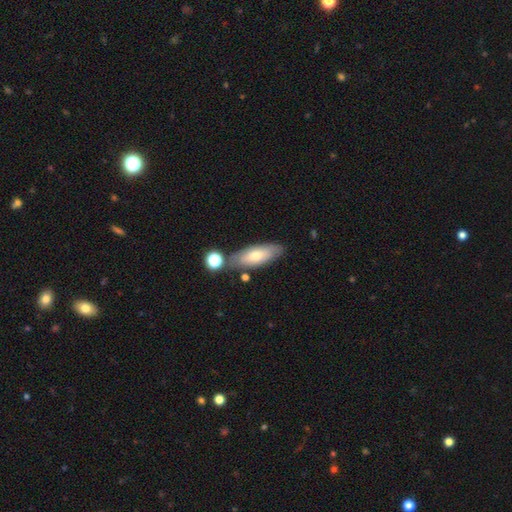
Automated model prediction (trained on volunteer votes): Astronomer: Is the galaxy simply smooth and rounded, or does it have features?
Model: smooth — 61%.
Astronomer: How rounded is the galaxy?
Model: in between — 66%.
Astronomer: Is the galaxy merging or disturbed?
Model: none — 72%.